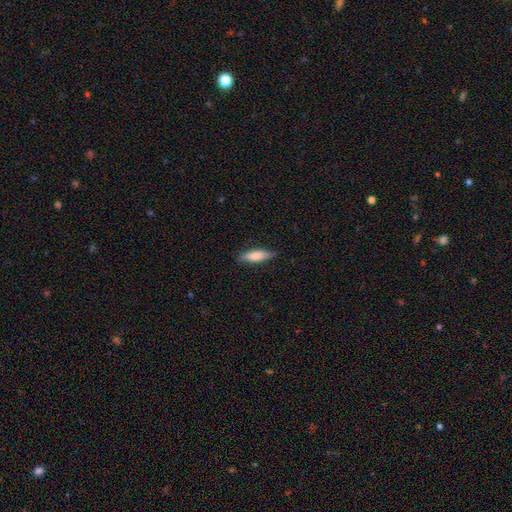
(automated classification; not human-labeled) This appears to be a smooth galaxy with no disk features (76%) that is cigar-shaped (53%). Merging: none (80%).